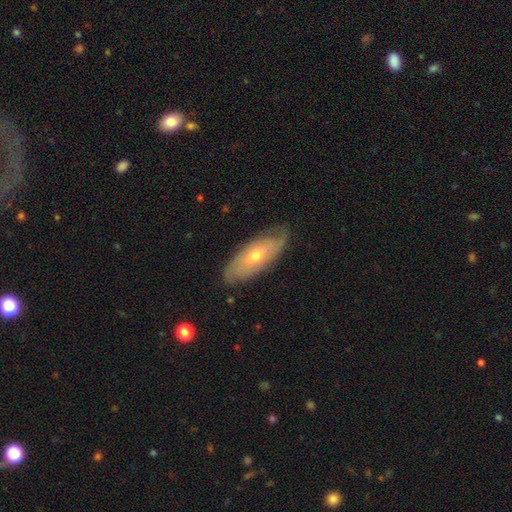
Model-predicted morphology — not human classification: smooth_or_featured: featured or disk (p=0.57) [alt: smooth p=0.36]
disk_edge_on: no (p=0.76) [alt: yes p=0.24]
merging: none (p=0.78) [alt: minor disturbance p=0.17]